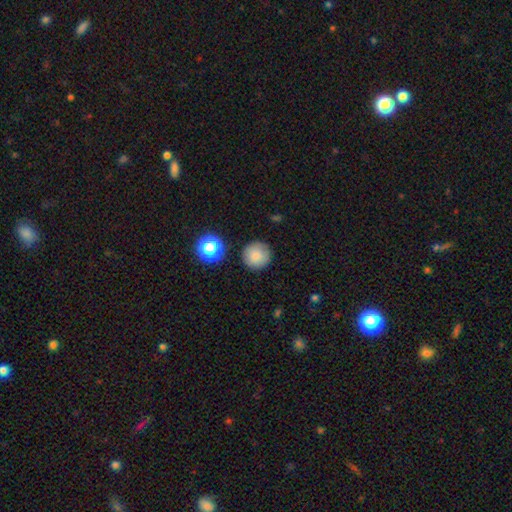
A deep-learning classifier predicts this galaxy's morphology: Smooth or featured? Predicted: smooth (p=0.83). How rounded? Predicted: round (p=0.95). Merging? Predicted: none (p=0.87).